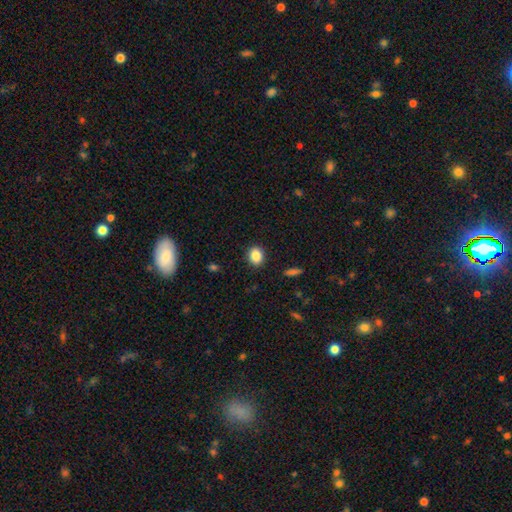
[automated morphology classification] Overall: smooth (86%). How rounded: in between (50%; round 49%). Merging: none (89%).